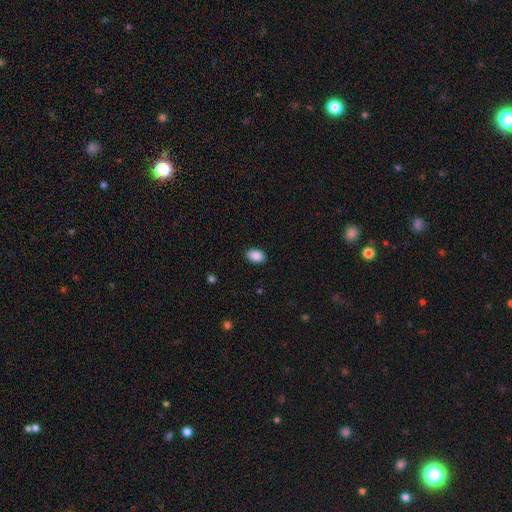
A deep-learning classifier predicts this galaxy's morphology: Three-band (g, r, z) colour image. It shows a smooth galaxy with no disk features (90%) that is in between round and cigar-shaped (87%). Merging: none (89%).